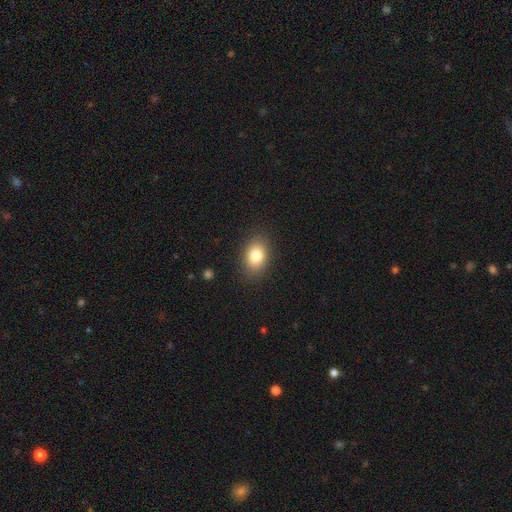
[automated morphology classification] smooth-or-featured: smooth: 81% | star or artifact: 10% | featured or disk: 9%
  how-rounded: in between: 75% | round: 24% | cigar-shaped: 1%
  merging: none: 87% | minor disturbance: 9% | major disturbance: 3% | merger: 1%